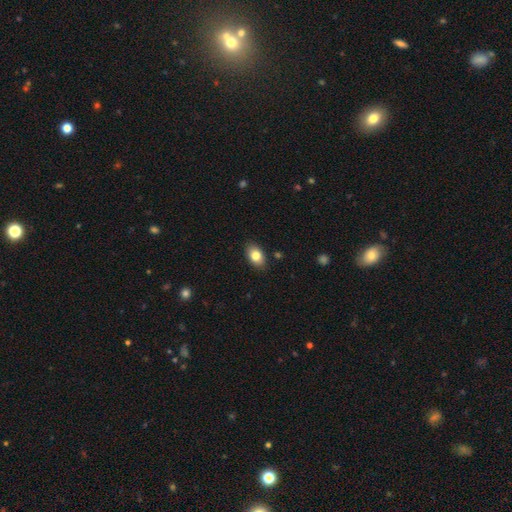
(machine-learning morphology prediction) Q: Smooth or featured?
A: smooth (82%); runner-up: featured or disk (10%)
Q: How rounded?
A: in between (88%); runner-up: round (11%)
Q: Merging?
A: none (87%); runner-up: minor disturbance (10%)